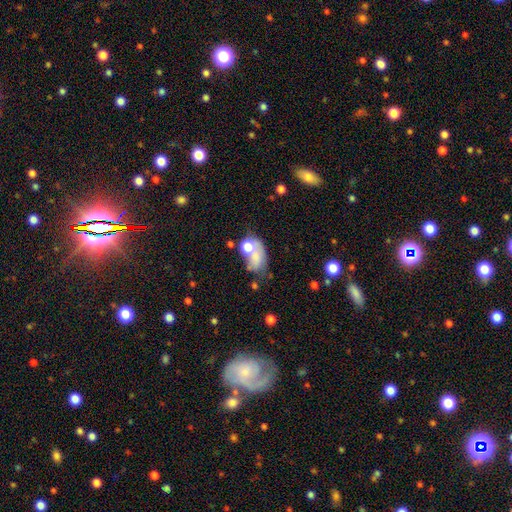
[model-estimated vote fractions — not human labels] A smooth galaxy with no disk features (63%) that is in between round and cigar-shaped (77%).

Vote fractions:
- Smooth or featured? smooth: 63% / featured or disk: 24% / star or artifact: 13%
- How rounded? in between: 77% / round: 21% / cigar-shaped: 2%
- Merging? merger: 38% / none: 25% / major disturbance: 20% / minor disturbance: 17%